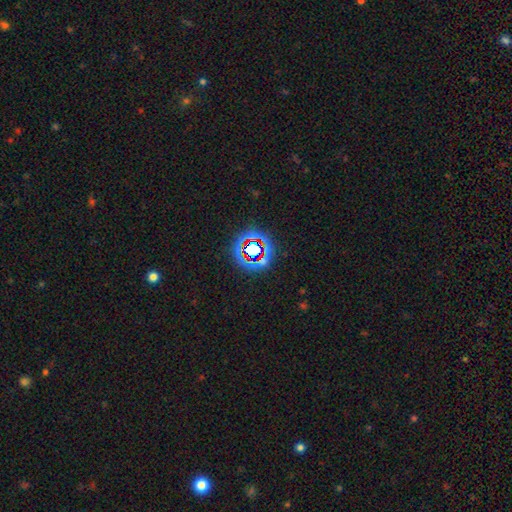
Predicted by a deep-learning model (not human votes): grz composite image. It shows a star or artifact, not a galaxy (66%).